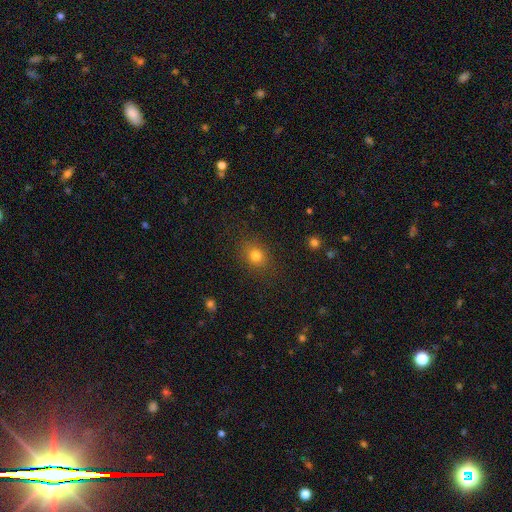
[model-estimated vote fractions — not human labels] A smooth galaxy with no disk features (79%) that is round (59%).

Vote fractions:
- Smooth or featured? smooth: 79% / star or artifact: 13% / featured or disk: 7%
- How rounded? round: 59% / in between: 40% / cigar-shaped: 1%
- Merging? none: 84% / minor disturbance: 10% / major disturbance: 4% / merger: 1%